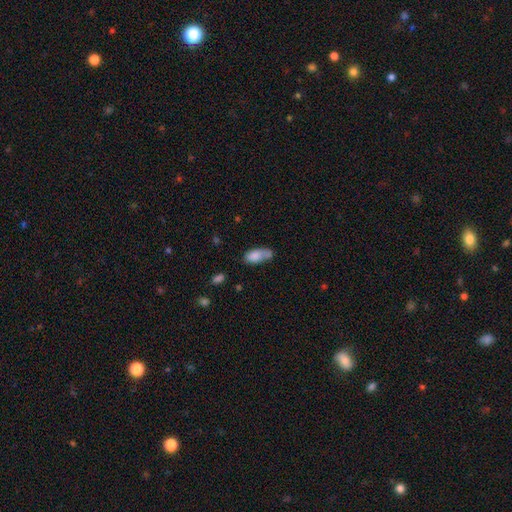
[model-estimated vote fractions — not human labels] smooth 79%, featured or disk 13%, star or artifact 8%. Down the decision tree: how rounded — in between (87%); merging — none (38%).